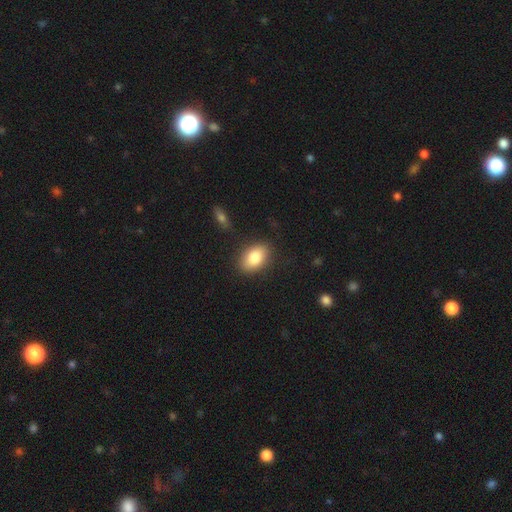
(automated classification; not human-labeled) Smooth or featured? smooth (84%)
How rounded? in between (85%)
Merging? none (83%)